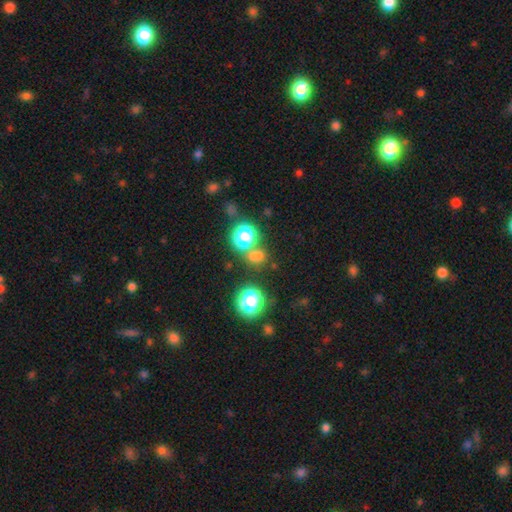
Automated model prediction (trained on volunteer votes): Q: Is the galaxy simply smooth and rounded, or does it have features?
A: smooth — 62%.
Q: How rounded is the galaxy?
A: round — 67%.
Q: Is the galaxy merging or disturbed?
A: none — 63%.